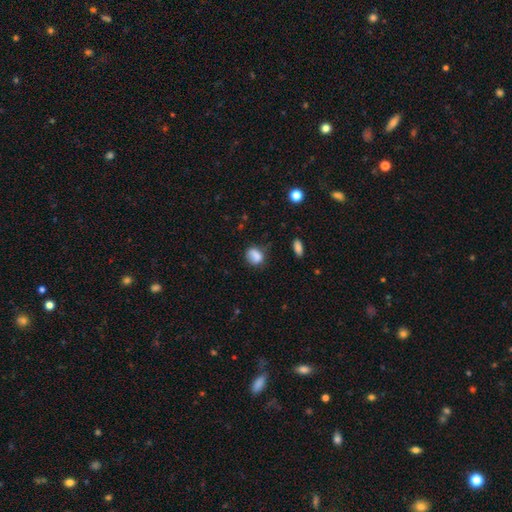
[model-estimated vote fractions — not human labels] The model was most divided on "how rounded": in between: 50%, round: 48%, cigar-shaped: 2%. More confident: smooth or featured — smooth (80%); merging — none (56%).